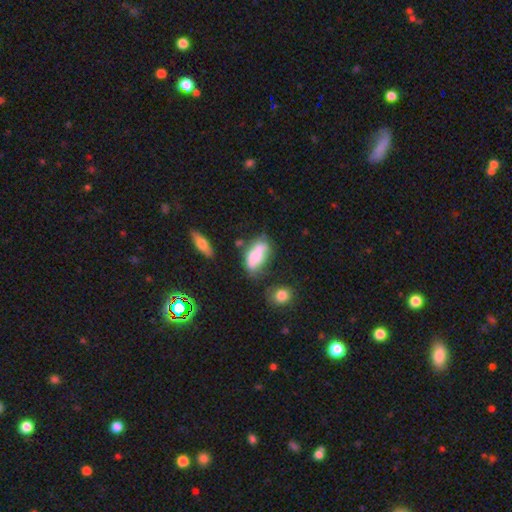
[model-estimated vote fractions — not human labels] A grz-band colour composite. It shows a smooth galaxy with no disk features (63%) that is in between round and cigar-shaped (85%). Merging: none (40%).